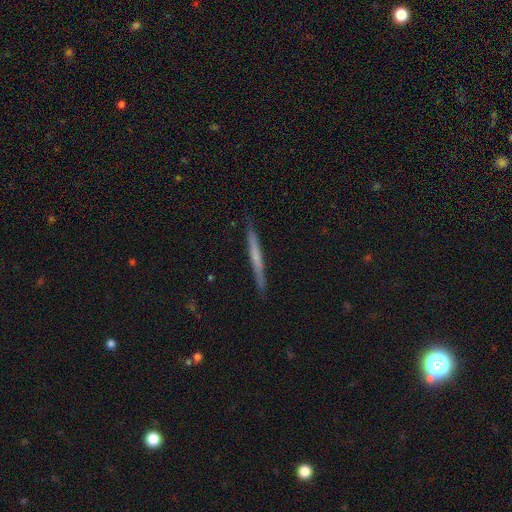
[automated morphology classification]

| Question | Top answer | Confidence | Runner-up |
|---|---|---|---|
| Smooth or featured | smooth | 49% | featured or disk (45%) |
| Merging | none | 90% | minor disturbance (7%) |